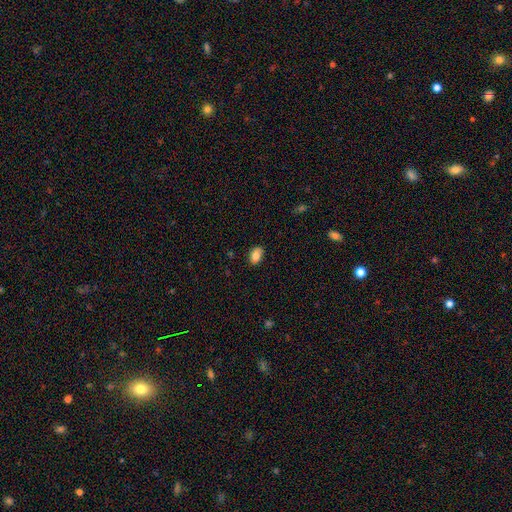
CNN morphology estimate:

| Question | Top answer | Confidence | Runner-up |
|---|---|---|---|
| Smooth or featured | smooth | 84% | featured or disk (8%) |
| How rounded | in between | 88% | round (11%) |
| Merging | none | 78% | minor disturbance (17%) |